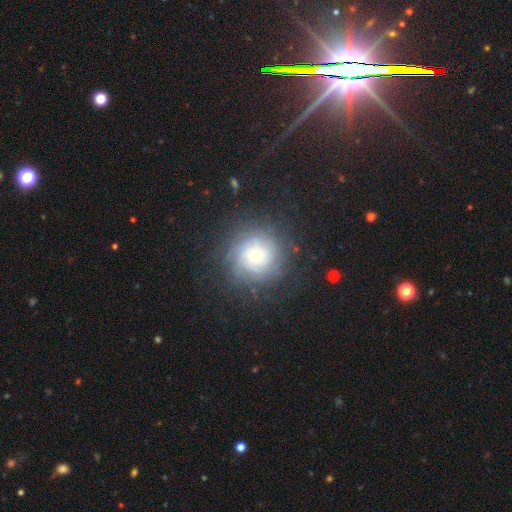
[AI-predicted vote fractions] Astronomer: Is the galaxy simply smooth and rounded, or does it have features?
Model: featured or disk — 53% (runner-up: smooth, 35%).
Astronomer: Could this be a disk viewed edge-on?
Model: no — 97%.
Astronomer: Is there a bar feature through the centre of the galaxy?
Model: no — 84%.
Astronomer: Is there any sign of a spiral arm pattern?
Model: yes — 84%.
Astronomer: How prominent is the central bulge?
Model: small — 59%.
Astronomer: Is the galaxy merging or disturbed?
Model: none — 78%.